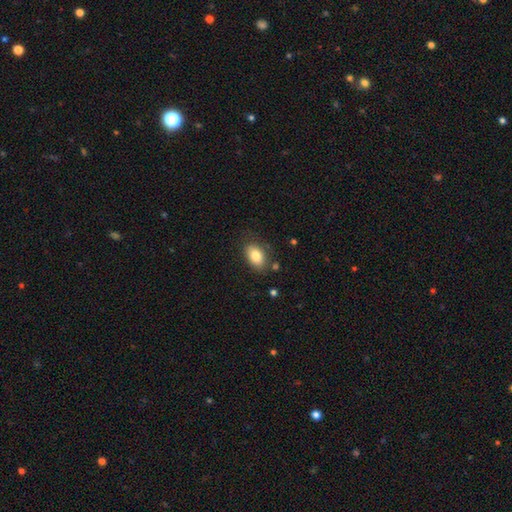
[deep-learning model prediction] Q: Smooth or featured?
A: smooth (82%); runner-up: featured or disk (11%)
Q: How rounded?
A: in between (89%); runner-up: round (9%)
Q: Merging?
A: none (77%); runner-up: minor disturbance (16%)